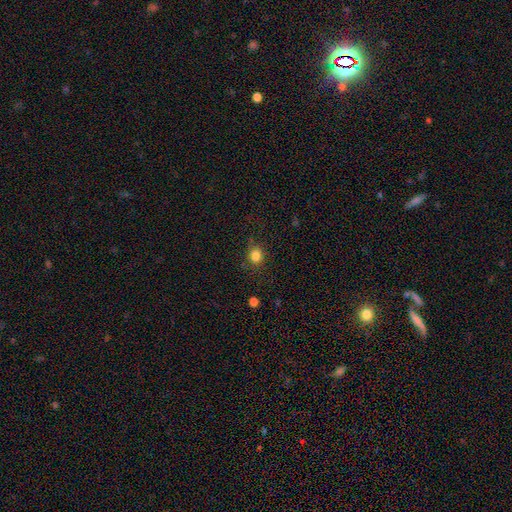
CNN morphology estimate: Q: Smooth or featured?
A: smooth (83%); runner-up: star or artifact (12%)
Q: How rounded?
A: round (65%); runner-up: in between (34%)
Q: Merging?
A: none (80%); runner-up: minor disturbance (14%)